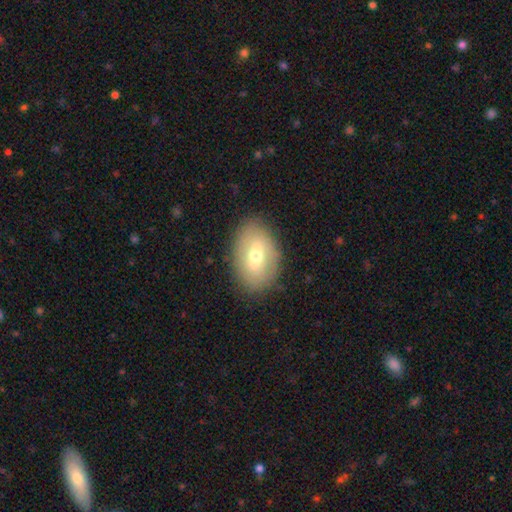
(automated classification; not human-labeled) smooth 58%, featured or disk 34%, star or artifact 8%. Down the decision tree: how rounded — in between (85%); merging — none (85%).